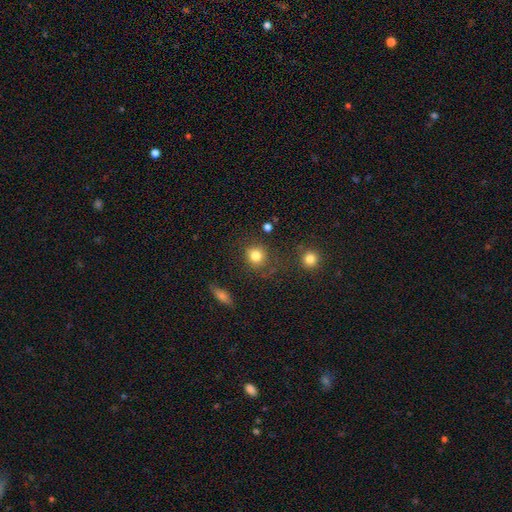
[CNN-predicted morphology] type=smooth (82%); roundness=round (84%); merging=none (76%).